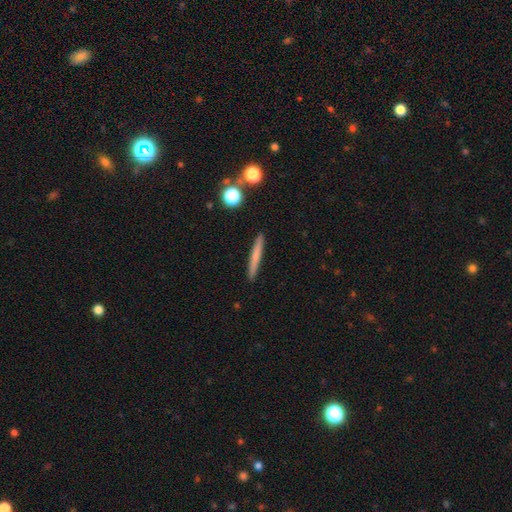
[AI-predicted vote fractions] smooth-or-featured: smooth: 65% | featured or disk: 28% | star or artifact: 7%
  how-rounded: cigar-shaped: 96% | in between: 3% | round: 2%
  merging: none: 91% | minor disturbance: 6% | merger: 2% | major disturbance: 1%